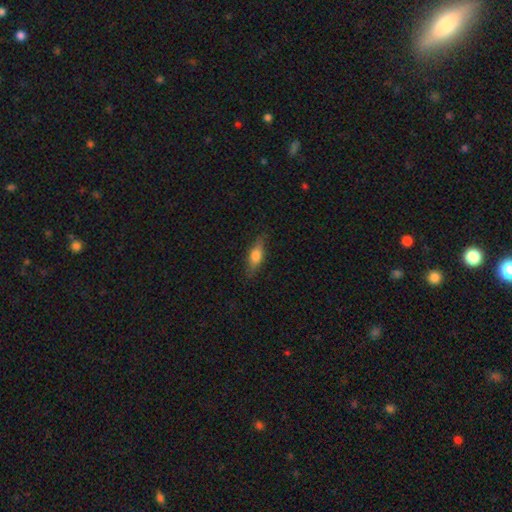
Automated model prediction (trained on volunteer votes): This is possibly a smooth galaxy (58%). How rounded: possibly in between (50%). Merging: clearly none (83%).